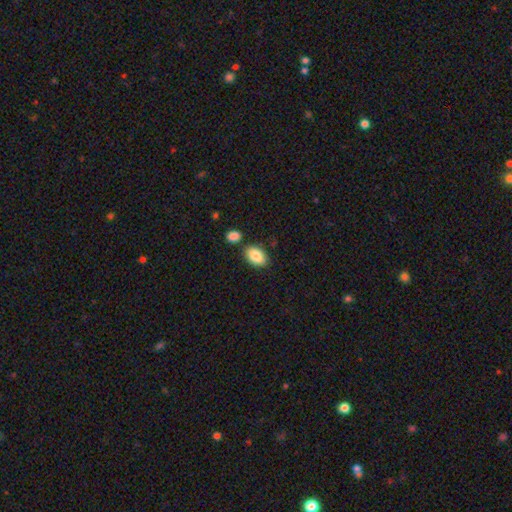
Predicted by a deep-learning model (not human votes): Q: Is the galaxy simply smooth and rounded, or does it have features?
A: smooth — 86%.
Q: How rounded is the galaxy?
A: in between — 90%.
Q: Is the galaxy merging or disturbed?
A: none — 76%.